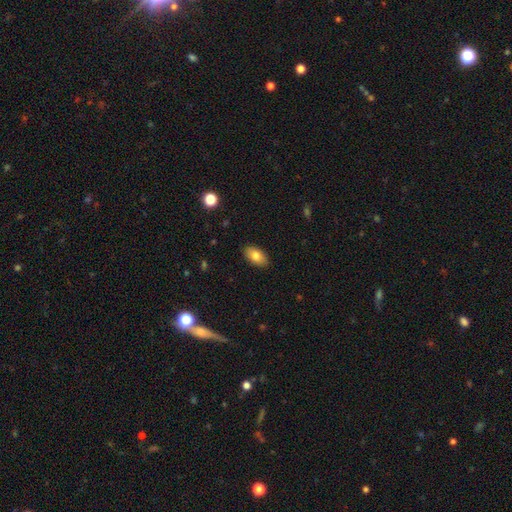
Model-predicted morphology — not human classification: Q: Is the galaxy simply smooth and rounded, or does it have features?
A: smooth — 81%.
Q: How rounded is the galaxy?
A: in between — 93%.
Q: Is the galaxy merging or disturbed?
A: none — 88%.